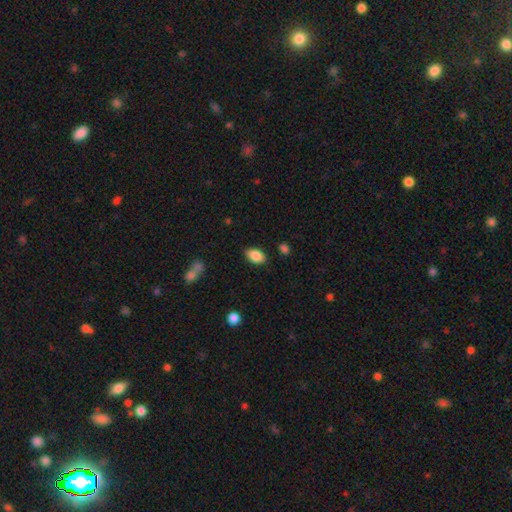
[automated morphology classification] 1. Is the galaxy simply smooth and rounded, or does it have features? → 87% smooth, 7% star or artifact, 6% featured or disk.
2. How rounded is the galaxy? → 91% in between, 7% round, 2% cigar-shaped.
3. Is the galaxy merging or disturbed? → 84% none, 12% minor disturbance, 3% major disturbance, 2% merger.